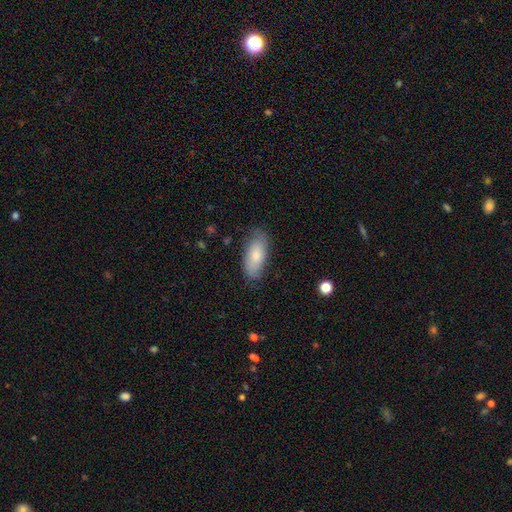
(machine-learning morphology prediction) Smooth or featured? smooth (75%)
How rounded? in between (87%)
Merging? none (75%)